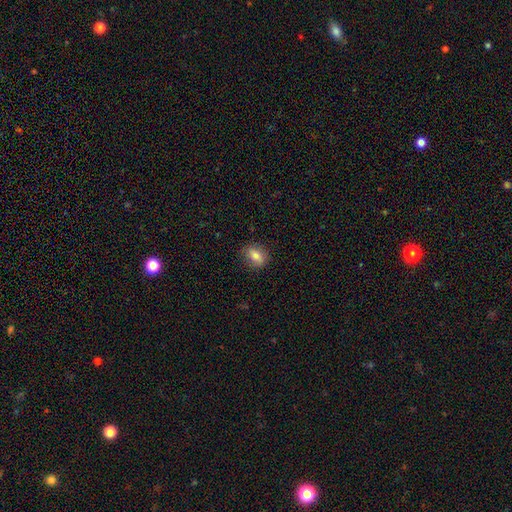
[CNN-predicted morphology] smooth_or_featured: smooth (p=0.77) [alt: featured or disk p=0.15]
how_rounded: in between (p=0.67) [alt: round p=0.30]
merging: none (p=0.84) [alt: minor disturbance p=0.12]